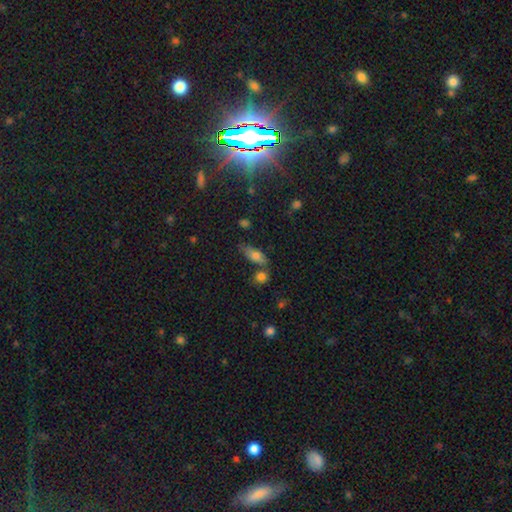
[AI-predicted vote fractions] Smooth or featured? smooth (72%)
How rounded? in between (69%)
Merging? none (59%)